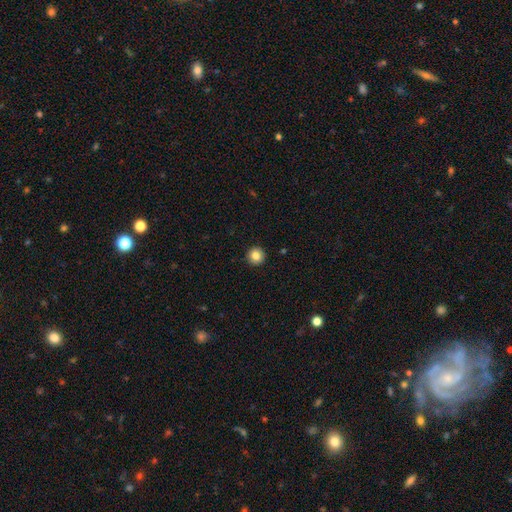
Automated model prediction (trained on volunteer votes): smooth-or-featured: smooth: 84% | star or artifact: 9% | featured or disk: 7%
  how-rounded: round: 96% | in between: 3% | cigar-shaped: 1%
  merging: none: 93% | minor disturbance: 5% | major disturbance: 1% | merger: 1%